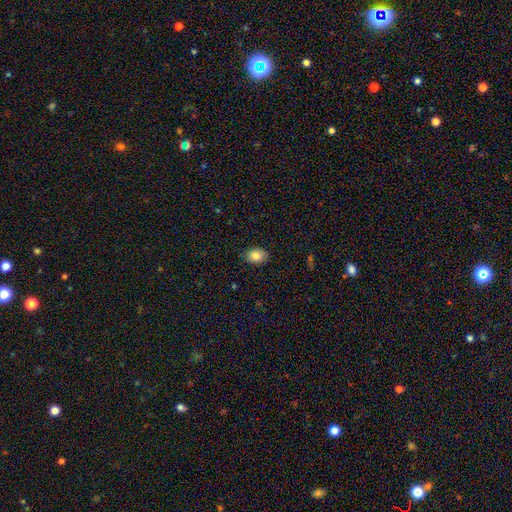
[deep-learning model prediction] A smooth galaxy with no disk features (83%) that is in between round and cigar-shaped (74%).

Vote fractions:
- Smooth or featured? smooth: 83% / featured or disk: 9% / star or artifact: 8%
- How rounded? in between: 74% / round: 24% / cigar-shaped: 1%
- Merging? none: 86% / minor disturbance: 11% / major disturbance: 2% / merger: 1%